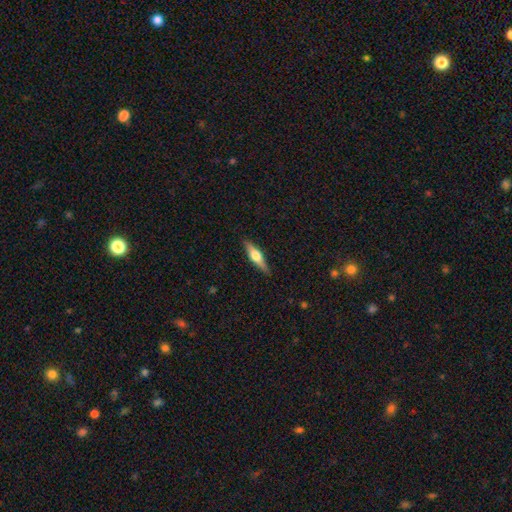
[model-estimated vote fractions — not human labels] smooth-or-featured: featured or disk: 63% | smooth: 31% | star or artifact: 6%
  disk-edge-on: yes: 97% | no: 3%
    edge-on-bulge: rounded: 92% | boxy: 6% | none: 2%
  merging: none: 89% | minor disturbance: 8% | major disturbance: 2% | merger: 1%